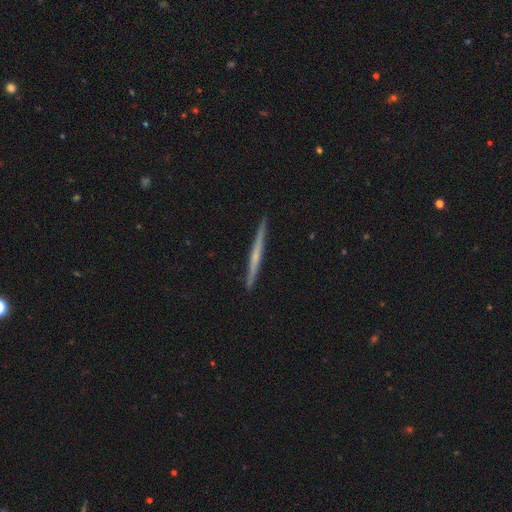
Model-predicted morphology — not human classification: Q: Smooth or featured?
A: featured or disk (64%); runner-up: smooth (31%)
Q: Edge-on disk?
A: yes (98%); runner-up: no (2%)
Q: Edge-on bulge?
A: none (58%); runner-up: rounded (36%)
Q: Merging?
A: none (92%); runner-up: minor disturbance (6%)